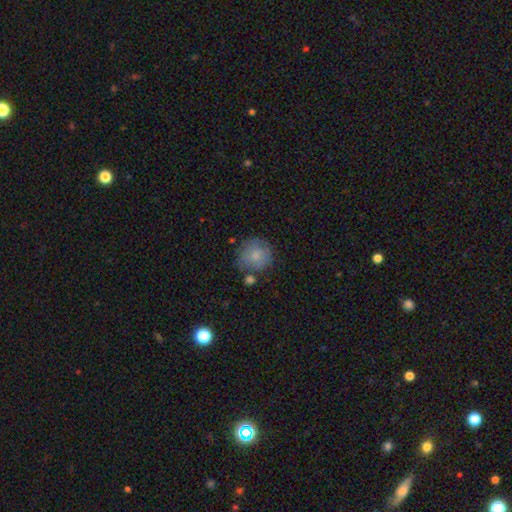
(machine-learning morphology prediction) A smooth galaxy with no disk features (76%) that is round (89%). Merging: none (66%).